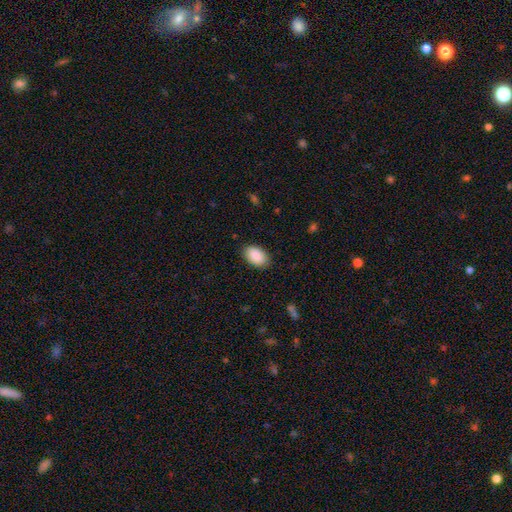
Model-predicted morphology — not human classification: Overall: smooth (91%). How rounded: in between (92%). Merging: none (86%).